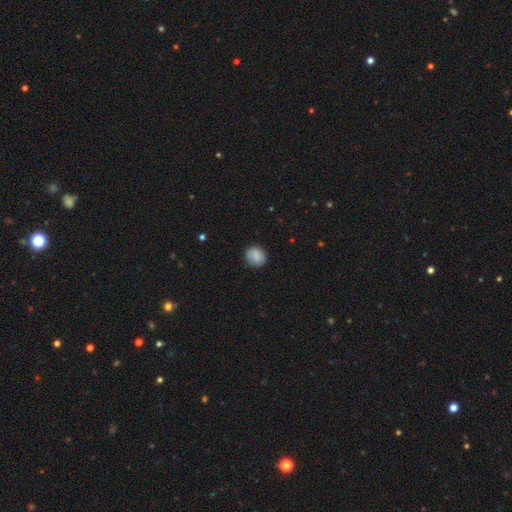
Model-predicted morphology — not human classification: Smooth or featured: smooth — 81% (featured or disk — 11%)
How rounded: round — 81% (in between — 18%)
Merging: none — 83% (minor disturbance — 13%)